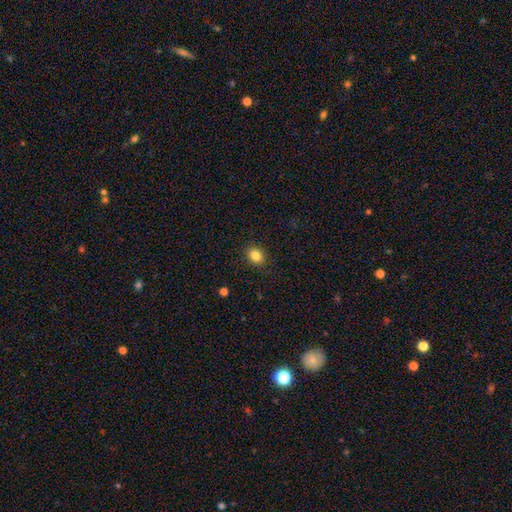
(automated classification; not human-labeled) Overall: smooth (84%). How rounded: in between (58%; round 41%). Merging: none (89%).